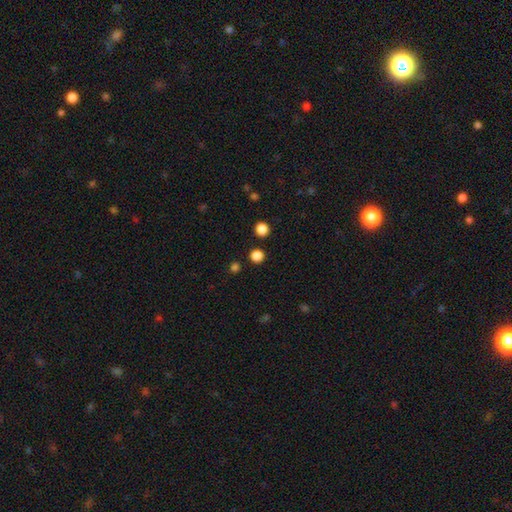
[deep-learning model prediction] This is clearly a smooth galaxy (81%). How rounded: clearly round (92%). Merging: clearly none (89%).